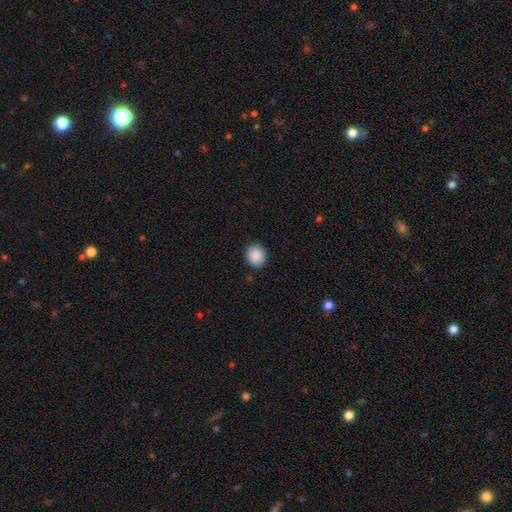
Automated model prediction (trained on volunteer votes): The model was most divided on "how rounded": round: 66%, in between: 33%, cigar-shaped: 1%. More confident: merging — none (90%); smooth or featured — smooth (90%).